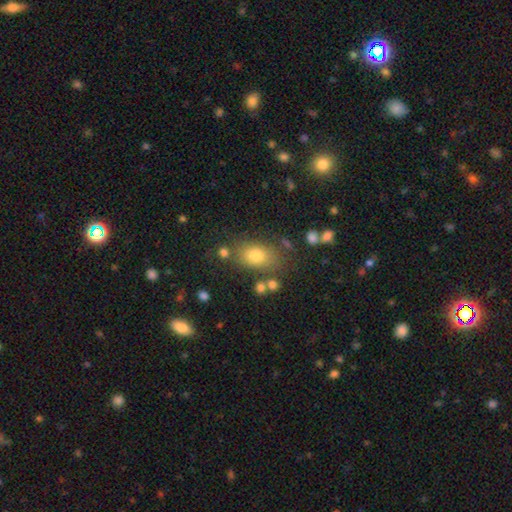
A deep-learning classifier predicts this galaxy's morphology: smooth-or-featured: smooth: 77% | star or artifact: 12% | featured or disk: 10%
  how-rounded: in between: 79% | round: 19% | cigar-shaped: 2%
  merging: none: 72% | minor disturbance: 15% | merger: 8% | major disturbance: 6%